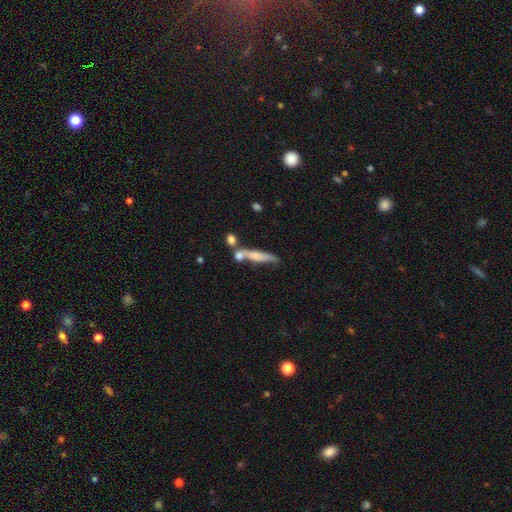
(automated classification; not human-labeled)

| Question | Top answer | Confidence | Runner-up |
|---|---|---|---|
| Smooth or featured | smooth | 56% | featured or disk (36%) |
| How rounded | cigar-shaped | 81% | in between (15%) |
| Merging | none | 41% | merger (33%) |